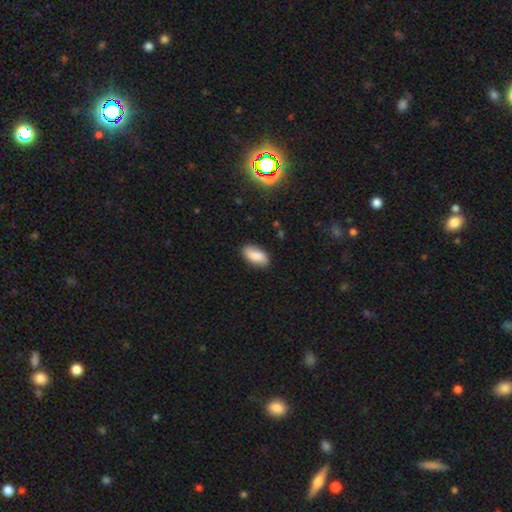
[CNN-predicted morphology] Smooth or featured? Predicted: smooth (p=0.80). How rounded? Predicted: in between (p=0.92). Merging? Predicted: none (p=0.83).